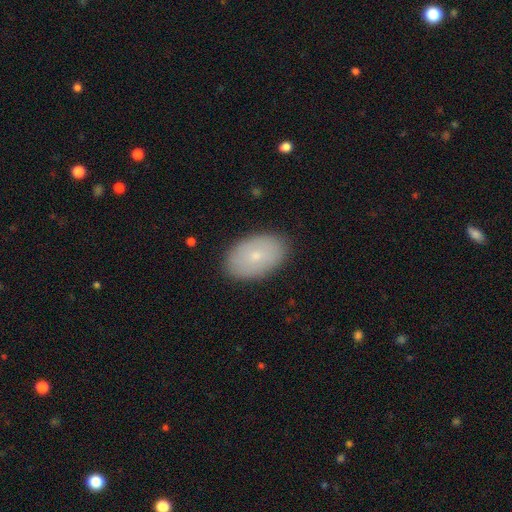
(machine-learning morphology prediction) Smooth or featured: smooth — 71% (featured or disk — 21%)
How rounded: in between — 91% (round — 8%)
Merging: none — 88% (minor disturbance — 9%)